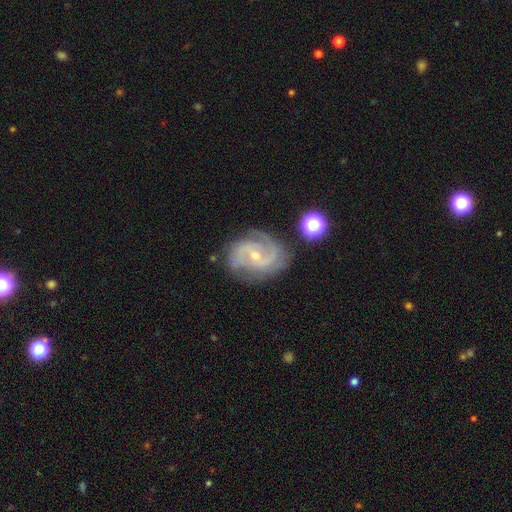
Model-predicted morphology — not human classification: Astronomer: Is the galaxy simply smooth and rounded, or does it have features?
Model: featured or disk — 88%.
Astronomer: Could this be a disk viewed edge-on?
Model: no — 98%.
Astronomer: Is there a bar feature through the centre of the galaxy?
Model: no — 45% (runner-up: weak, 42%).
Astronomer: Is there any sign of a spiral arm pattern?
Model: yes — 97%.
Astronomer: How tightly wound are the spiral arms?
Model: medium — 53% (runner-up: tight, 30%).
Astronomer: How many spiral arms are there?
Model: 2 — 70%.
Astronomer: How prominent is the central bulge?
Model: small — 68%.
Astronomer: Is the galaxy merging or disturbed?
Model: none — 73%.